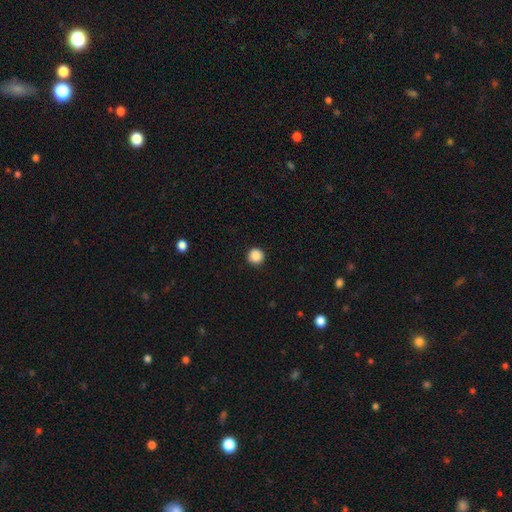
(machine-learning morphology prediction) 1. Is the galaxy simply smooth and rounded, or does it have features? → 88% smooth, 10% star or artifact, 3% featured or disk.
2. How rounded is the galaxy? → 96% round, 3% in between, 1% cigar-shaped.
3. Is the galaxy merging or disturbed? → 93% none, 5% minor disturbance, 2% major disturbance, 1% merger.